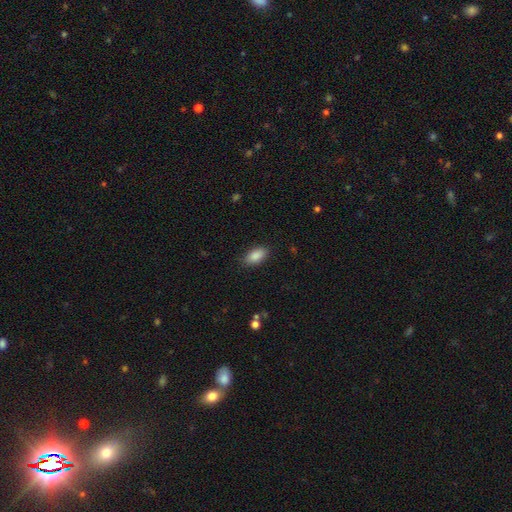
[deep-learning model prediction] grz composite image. It shows a smooth galaxy with no disk features (89%) that is in between round and cigar-shaped (91%). Merging: none (86%).